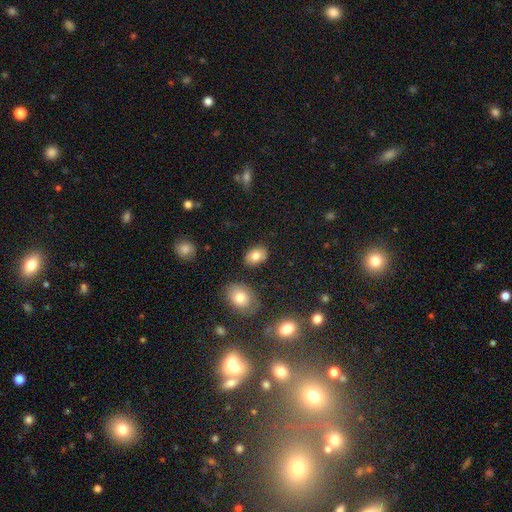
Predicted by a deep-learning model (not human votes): Smooth or featured? smooth (81%)
How rounded? in between (78%)
Merging? none (84%)